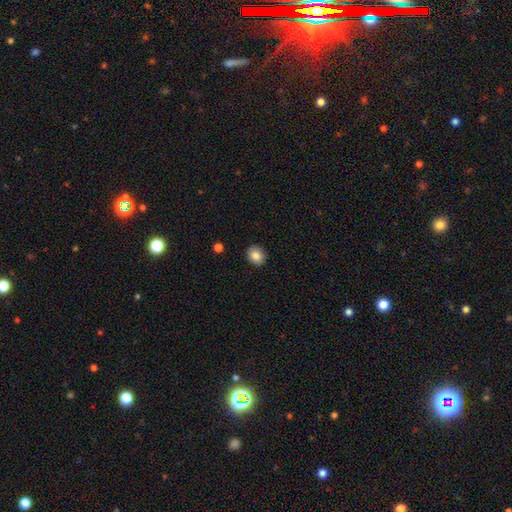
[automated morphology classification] type=smooth (84%); roundness=round (68%); merging=none (89%).